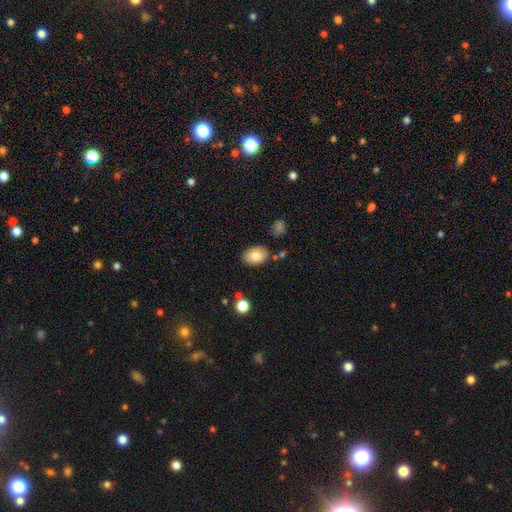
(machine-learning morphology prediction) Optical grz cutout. It shows a smooth galaxy with no disk features (81%) that is in between round and cigar-shaped (83%). Merging: none (78%).